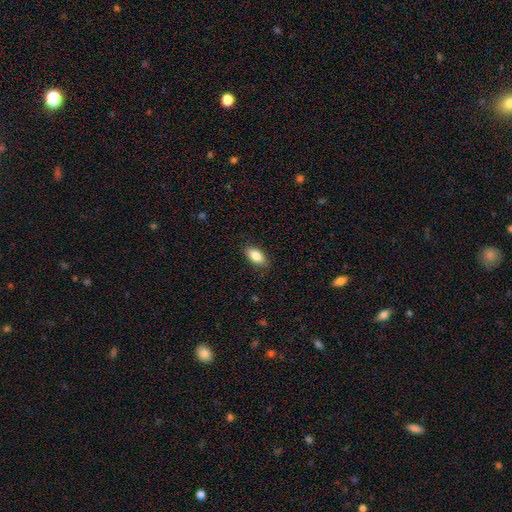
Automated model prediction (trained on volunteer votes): A smooth galaxy with no disk features (83%) that is in between round and cigar-shaped (88%). Merging: none (87%).